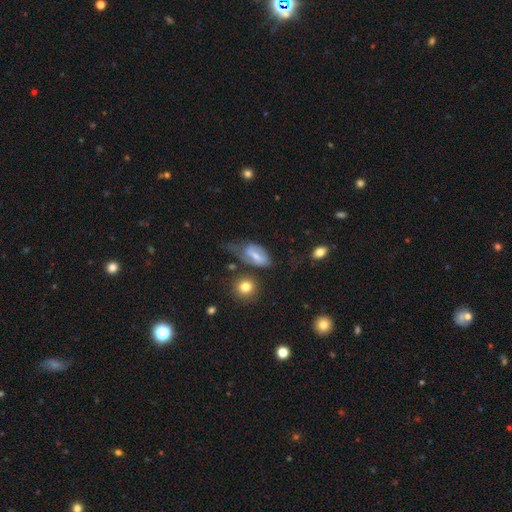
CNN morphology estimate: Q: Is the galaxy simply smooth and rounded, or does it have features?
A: smooth — 47%.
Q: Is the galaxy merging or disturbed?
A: none — 35%.